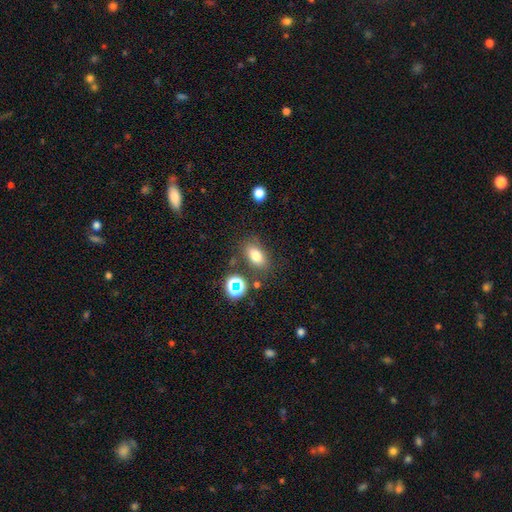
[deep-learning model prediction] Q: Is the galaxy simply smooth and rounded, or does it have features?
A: smooth — 75%.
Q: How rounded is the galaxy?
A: in between — 82%.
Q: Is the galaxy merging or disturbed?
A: none — 76%.